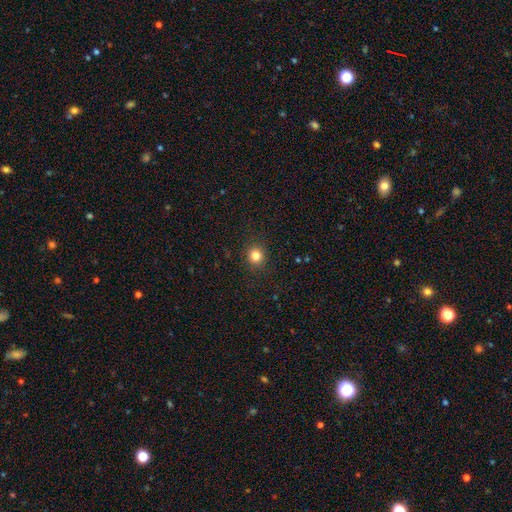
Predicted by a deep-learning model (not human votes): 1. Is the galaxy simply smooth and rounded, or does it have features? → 83% smooth, 13% star or artifact, 5% featured or disk.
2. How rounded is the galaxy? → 89% round, 11% in between, 1% cigar-shaped.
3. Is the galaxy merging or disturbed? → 91% none, 6% minor disturbance, 2% major disturbance, 1% merger.